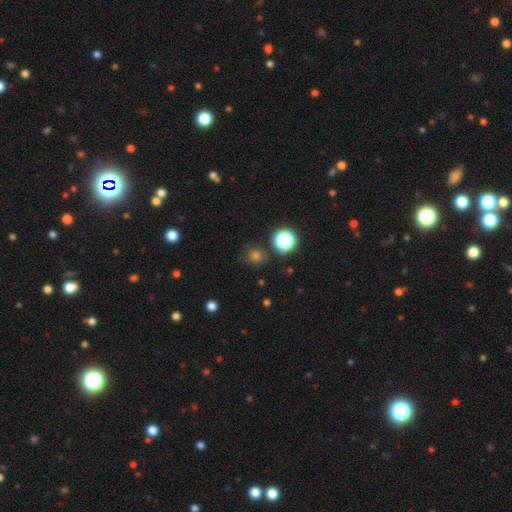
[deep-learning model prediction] Q: Smooth or featured?
A: smooth (57%); runner-up: star or artifact (36%)
Q: How rounded?
A: round (89%); runner-up: in between (10%)
Q: Merging?
A: none (82%); runner-up: minor disturbance (10%)